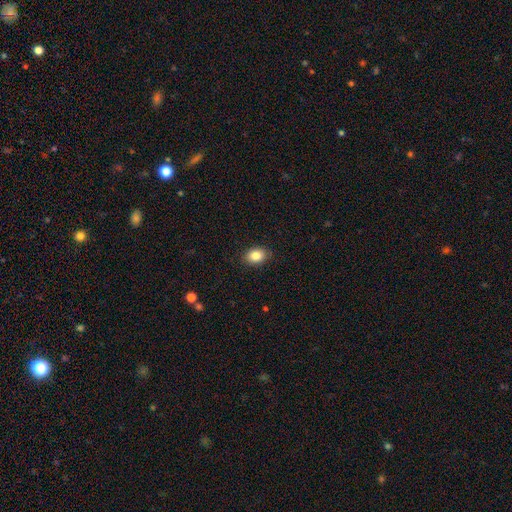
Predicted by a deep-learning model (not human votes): This appears to be a smooth galaxy with no disk features (85%) that is in between round and cigar-shaped (73%). Merging: none (87%).